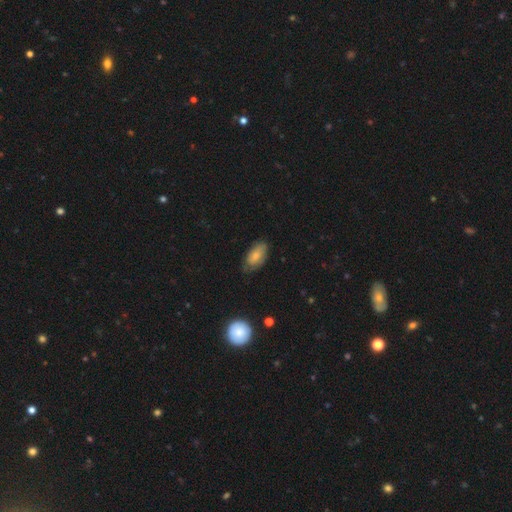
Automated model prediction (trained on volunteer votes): smooth-or-featured: smooth: 73% | featured or disk: 20% | star or artifact: 7%
  how-rounded: in between: 92% | cigar-shaped: 5% | round: 4%
  merging: none: 63% | minor disturbance: 29% | major disturbance: 7% | merger: 1%